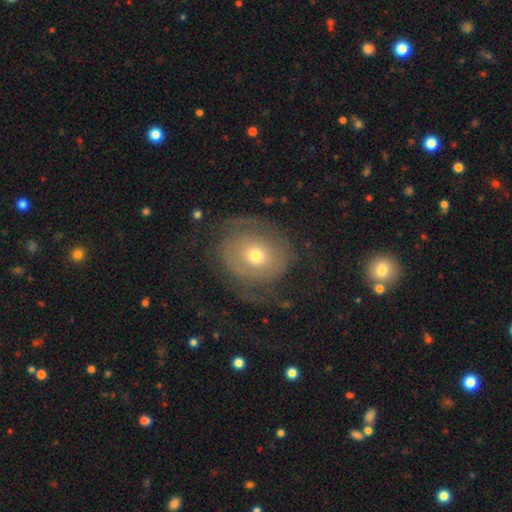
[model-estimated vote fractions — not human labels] A featured or disk galaxy (53%) with no bar (83%), spiral arms (56%) and a moderate central bulge (58%).

Vote fractions:
- Smooth or featured? featured or disk: 53% / smooth: 38% / star or artifact: 9%
- Edge-on disk? no: 95% / yes: 5%
- Bar? no: 83% / weak: 13% / strong: 4%
- Spiral arms? yes: 56% / no: 44%
- Bulge size? moderate: 58% / small: 34% / large: 5% / dominant: 1% / none: 1%
- Merging? none: 53% / major disturbance: 24% / minor disturbance: 21% / merger: 2%